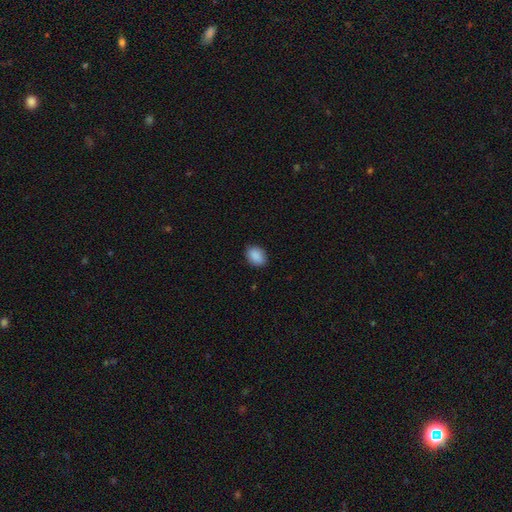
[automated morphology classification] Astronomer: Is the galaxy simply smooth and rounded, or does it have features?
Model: smooth — 90%.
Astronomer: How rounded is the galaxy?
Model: in between — 73%.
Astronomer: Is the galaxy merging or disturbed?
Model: none — 86%.